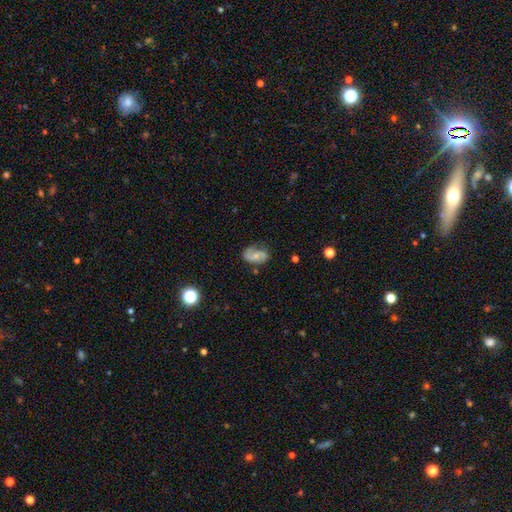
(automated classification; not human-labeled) Overall: featured or disk (63%; smooth 29%). Edge-on disk: no (97%). Bar: no (55%; weak 35%). Spiral arms: yes (88%). Spiral arm count: 2 (78%). Spiral winding: loose (41%, tied with medium). Bulge size: small (54%; moderate 35%). Merging: none (60%; minor disturbance 26%).